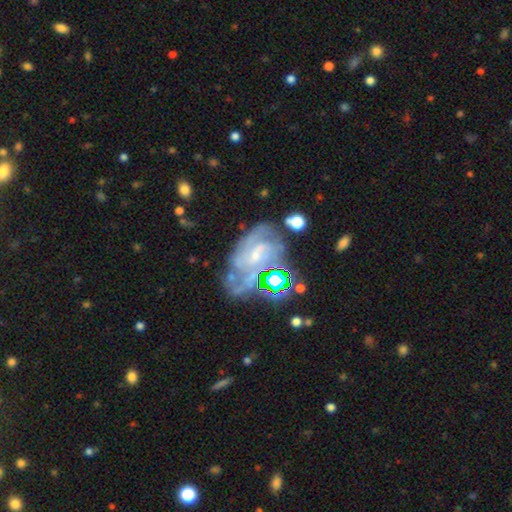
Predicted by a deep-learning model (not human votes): smooth_or_featured: featured or disk (p=0.75) [alt: smooth p=0.14]
disk_edge_on: no (p=0.96) [alt: yes p=0.04]
bar: no (p=0.47) [alt: weak p=0.41]
has_spiral_arms: yes (p=0.85) [alt: no p=0.15]
spiral_winding: tight (p=0.45) [alt: medium p=0.40]
spiral_arm_count: can't tell (p=0.40) [alt: 2 p=0.28]
bulge_size: small (p=0.67) [alt: moderate p=0.18]
merging: none (p=0.52) [alt: minor disturbance p=0.22]